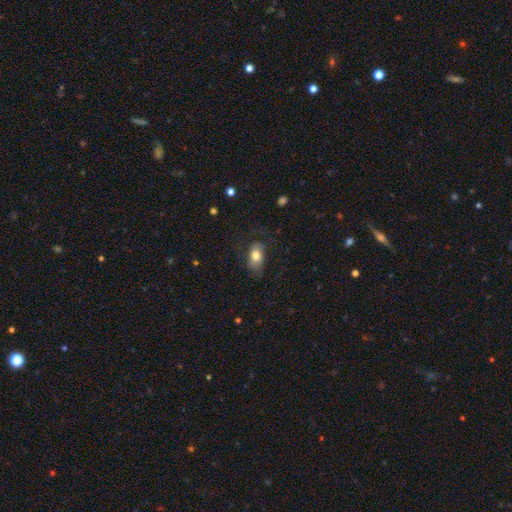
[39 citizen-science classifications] Smooth or featured?
  - smooth: 72% *
  - featured or disk: 23%
  - star or artifact: 5%
How rounded?
  - in between: 82% *
  - round: 11%
  - cigar-shaped: 7%
Merging?
  - none: 49% *
  - minor disturbance: 30%
  - major disturbance: 19%
  - merger: 3%